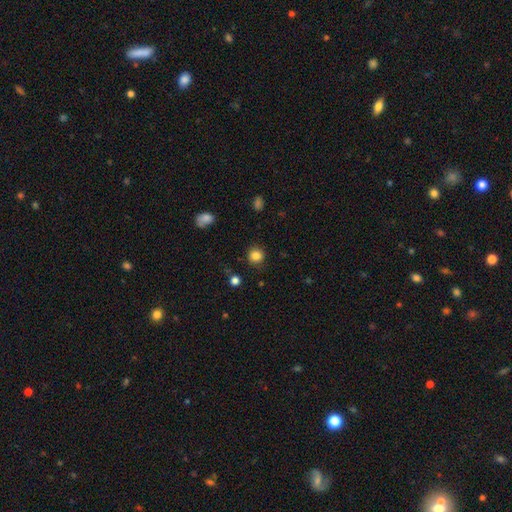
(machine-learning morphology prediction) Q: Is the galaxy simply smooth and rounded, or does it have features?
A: smooth — 84%.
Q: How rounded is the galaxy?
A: round — 91%.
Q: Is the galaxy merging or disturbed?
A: none — 88%.